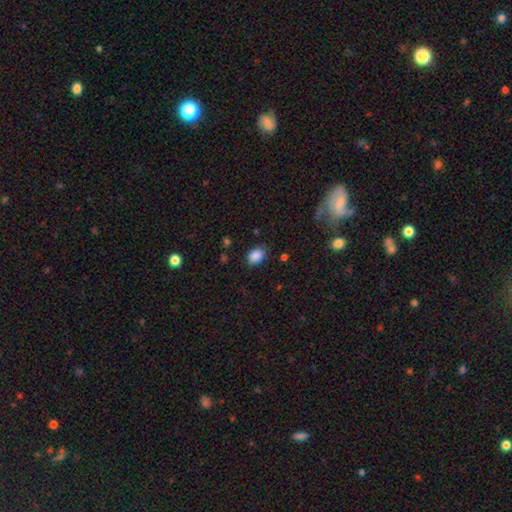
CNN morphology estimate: Smooth or featured: smooth — 87% (star or artifact — 9%)
How rounded: in between — 77% (round — 22%)
Merging: none — 79% (minor disturbance — 15%)